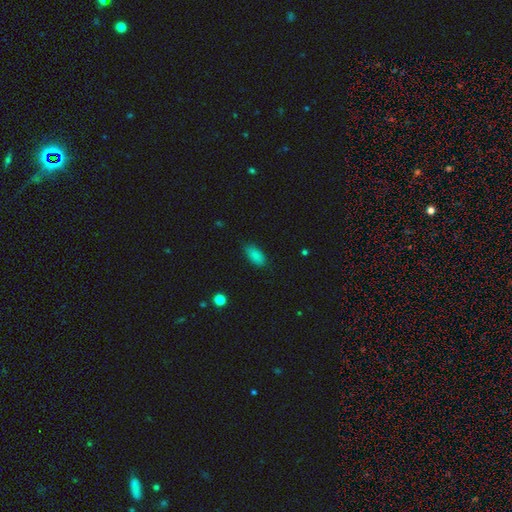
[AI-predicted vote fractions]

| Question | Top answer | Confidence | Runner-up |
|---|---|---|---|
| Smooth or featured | smooth | 83% | star or artifact (9%) |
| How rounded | in between | 90% | cigar-shaped (7%) |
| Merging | none | 82% | minor disturbance (14%) |